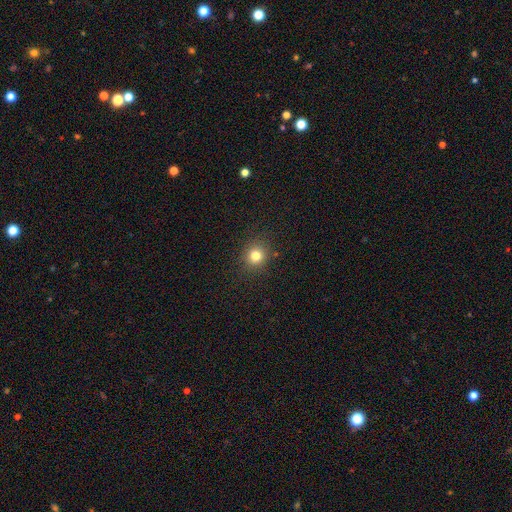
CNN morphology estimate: type=smooth (80%); roundness=round (85%); merging=none (88%).